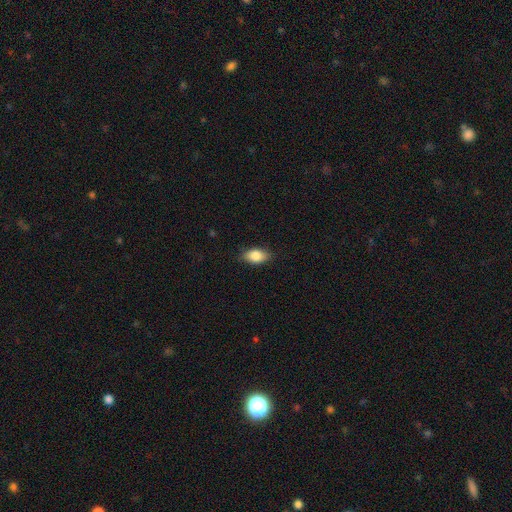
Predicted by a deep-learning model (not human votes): Smooth or featured? Predicted: smooth (p=0.83). How rounded? Predicted: in between (p=0.88). Merging? Predicted: none (p=0.85).